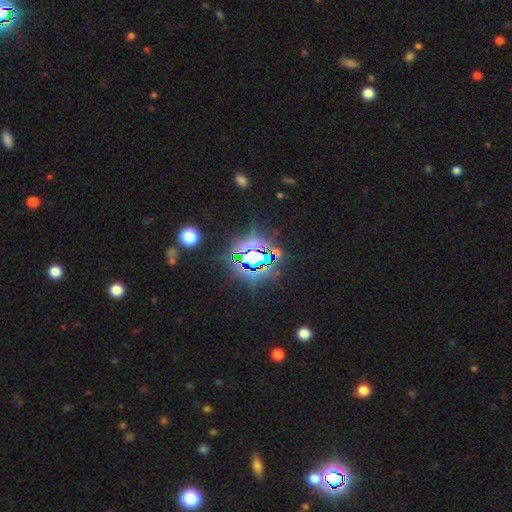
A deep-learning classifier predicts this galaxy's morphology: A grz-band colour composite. It shows a star or artifact, not a galaxy (81%).